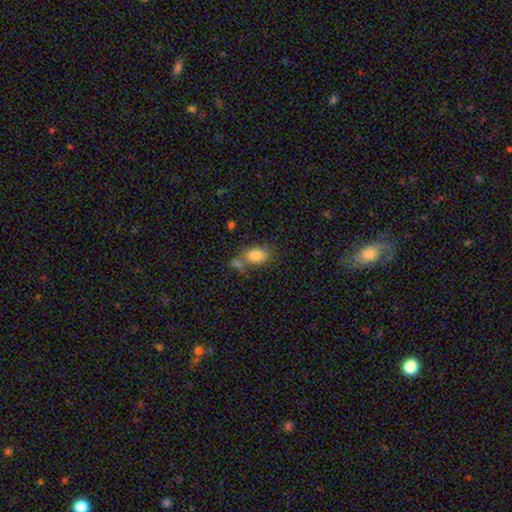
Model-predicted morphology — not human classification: This is clearly a smooth galaxy (82%). How rounded: clearly in between (86%). Merging: possibly none (52%).